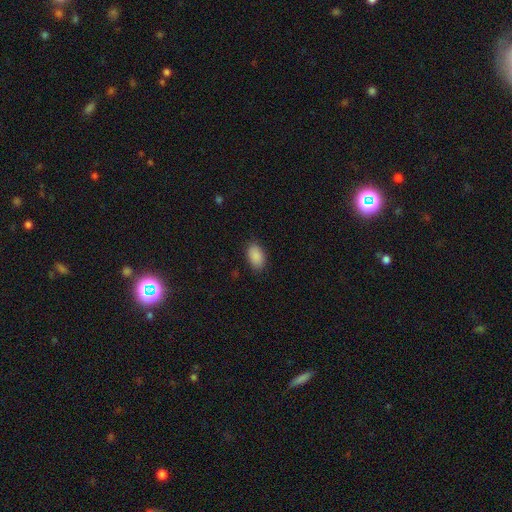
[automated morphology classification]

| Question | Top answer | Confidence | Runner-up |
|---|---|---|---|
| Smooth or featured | smooth | 90% | star or artifact (7%) |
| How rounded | in between | 93% | round (6%) |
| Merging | none | 86% | minor disturbance (10%) |